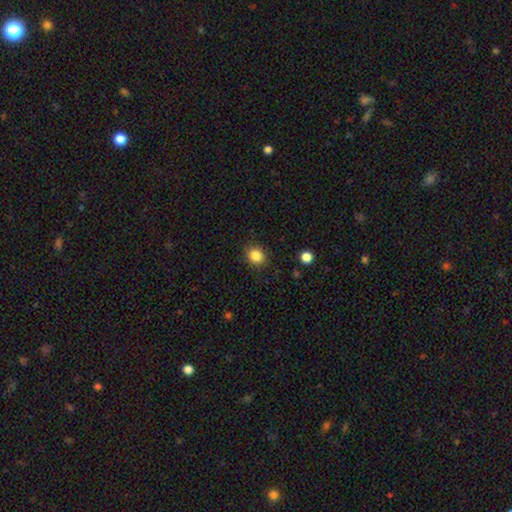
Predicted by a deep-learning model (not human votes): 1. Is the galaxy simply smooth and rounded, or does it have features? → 86% smooth, 10% star or artifact, 4% featured or disk.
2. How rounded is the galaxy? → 70% round, 29% in between, 1% cigar-shaped.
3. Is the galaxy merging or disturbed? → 88% none, 9% minor disturbance, 3% major disturbance, 1% merger.